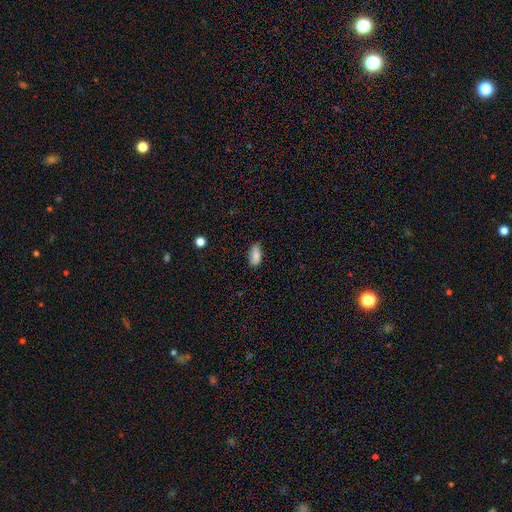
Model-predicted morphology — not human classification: smooth 84%, featured or disk 8%, star or artifact 8%. Down the decision tree: how rounded — in between (88%); merging — none (75%).